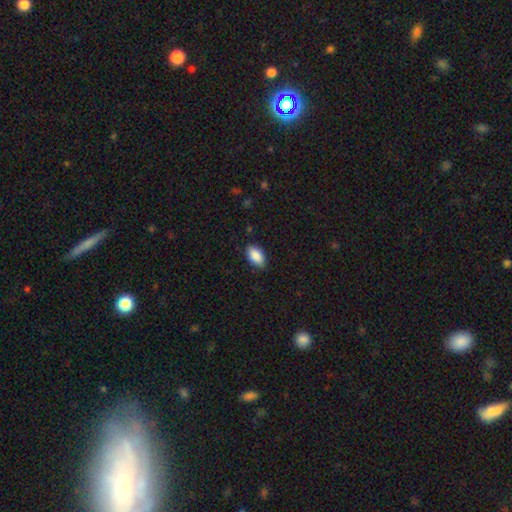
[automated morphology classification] Smooth or featured? smooth (88%)
How rounded? in between (93%)
Merging? none (83%)